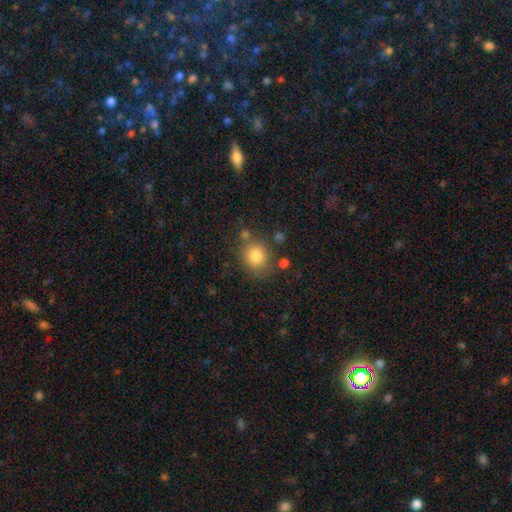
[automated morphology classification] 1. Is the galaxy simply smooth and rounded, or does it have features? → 83% smooth, 10% star or artifact, 7% featured or disk.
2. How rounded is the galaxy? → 82% round, 17% in between, 1% cigar-shaped.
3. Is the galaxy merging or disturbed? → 73% none, 14% minor disturbance, 8% merger, 5% major disturbance.